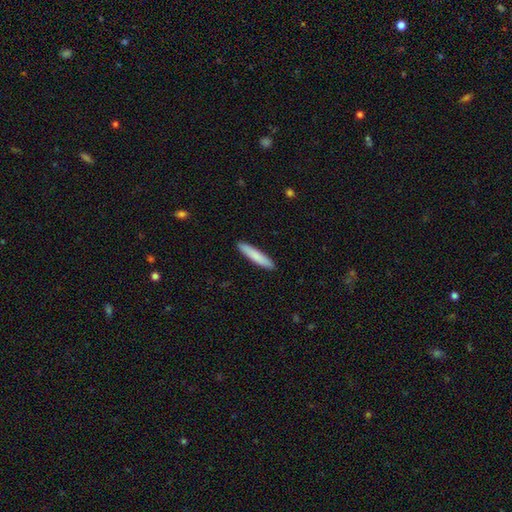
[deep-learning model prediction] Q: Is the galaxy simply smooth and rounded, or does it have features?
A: smooth — 83%.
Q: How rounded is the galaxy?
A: cigar-shaped — 91%.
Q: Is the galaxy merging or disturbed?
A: none — 92%.